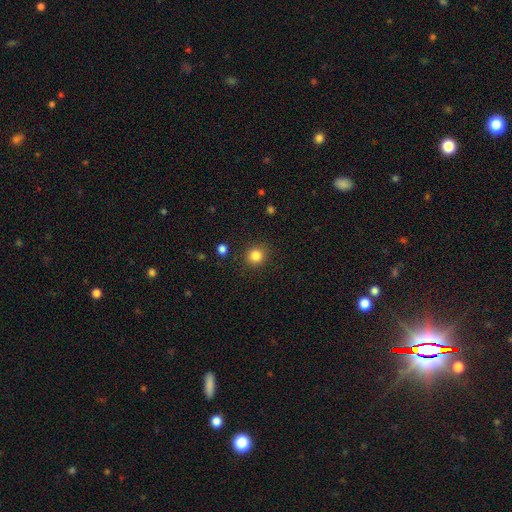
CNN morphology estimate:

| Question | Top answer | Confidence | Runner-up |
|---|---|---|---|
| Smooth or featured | smooth | 84% | star or artifact (11%) |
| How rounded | round | 87% | in between (12%) |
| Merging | none | 88% | minor disturbance (7%) |